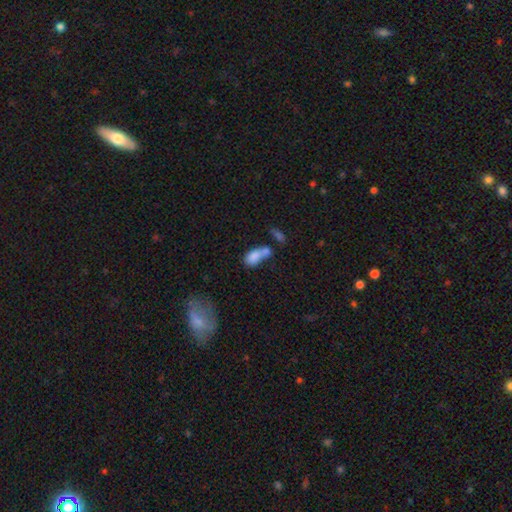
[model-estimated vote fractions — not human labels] A smooth galaxy with no disk features (78%) that is in between round and cigar-shaped (87%).

Vote fractions:
- Smooth or featured? smooth: 78% / featured or disk: 13% / star or artifact: 9%
- How rounded? in between: 87% / round: 8% / cigar-shaped: 6%
- Merging? merger: 55% / none: 23% / minor disturbance: 13% / major disturbance: 9%